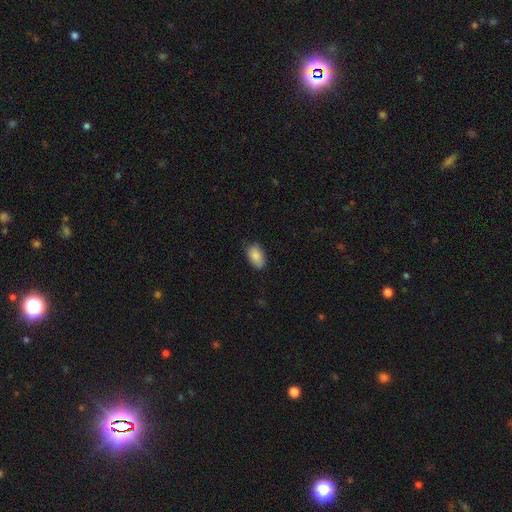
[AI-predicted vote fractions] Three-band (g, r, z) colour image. It shows a smooth galaxy with no disk features (87%) that is in between round and cigar-shaped (92%). Merging: none (77%).